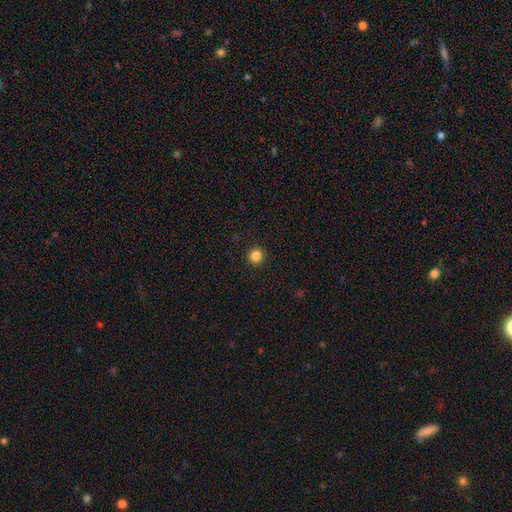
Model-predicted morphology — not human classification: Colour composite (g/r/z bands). It shows a smooth galaxy with no disk features (85%) that is round (95%). Merging: none (93%).